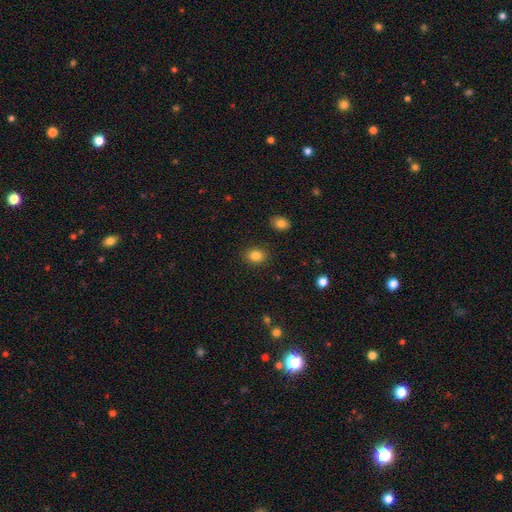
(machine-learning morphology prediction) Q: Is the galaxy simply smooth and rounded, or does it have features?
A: smooth — 84%.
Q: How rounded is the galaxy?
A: in between — 54%.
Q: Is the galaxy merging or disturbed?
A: none — 89%.